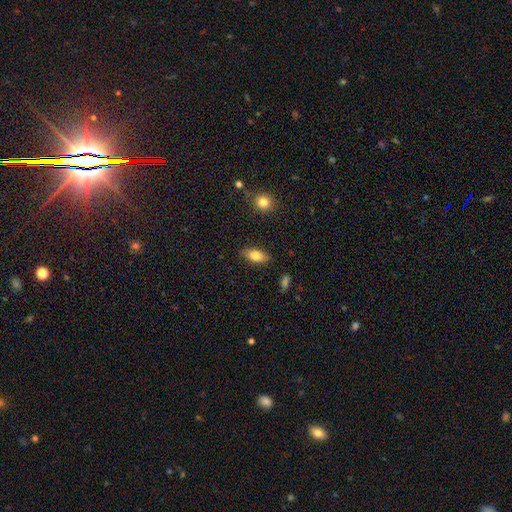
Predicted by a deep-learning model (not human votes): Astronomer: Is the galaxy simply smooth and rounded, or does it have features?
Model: smooth — 80%.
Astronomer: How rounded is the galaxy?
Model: in between — 87%.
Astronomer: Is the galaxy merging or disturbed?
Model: none — 86%.